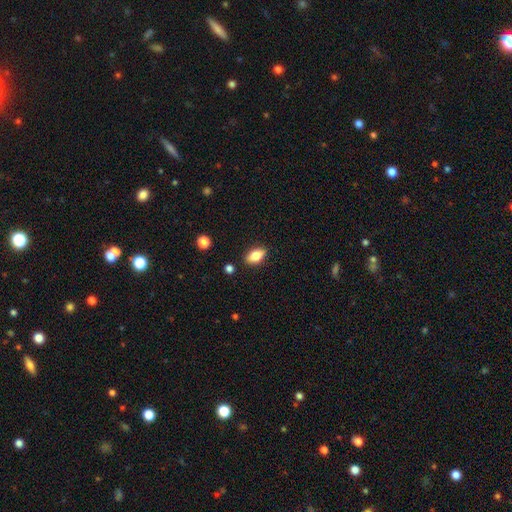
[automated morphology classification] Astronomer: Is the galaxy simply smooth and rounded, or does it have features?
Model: smooth — 76%.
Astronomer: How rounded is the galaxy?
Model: in between — 85%.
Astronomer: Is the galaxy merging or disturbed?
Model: none — 86%.